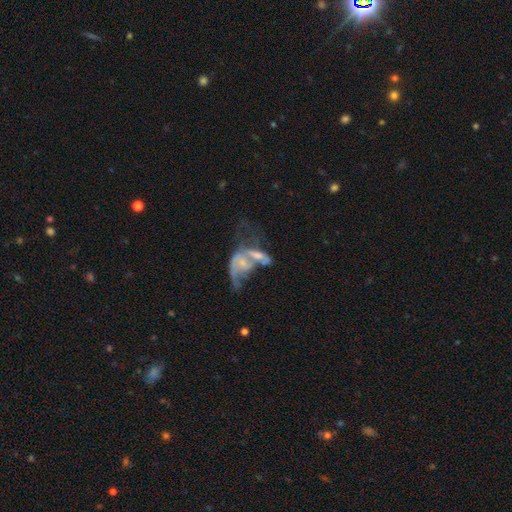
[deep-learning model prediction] The model was most divided on "smooth or featured": featured or disk: 49%, star or artifact: 26%, smooth: 24%. Remaining: merging — merger (48%).